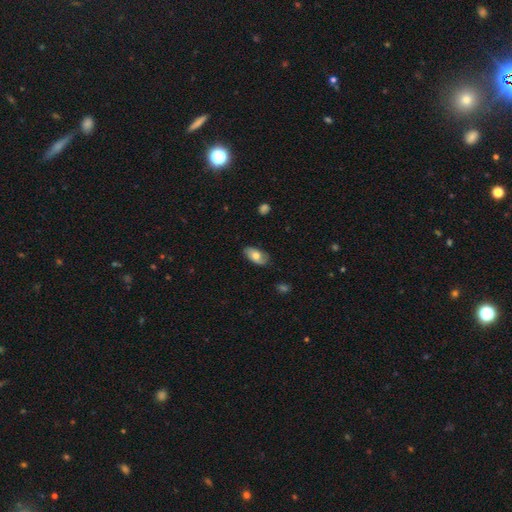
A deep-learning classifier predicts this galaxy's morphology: Smooth or featured?
  - smooth: 68% *
  - featured or disk: 26%
  - star or artifact: 6%
How rounded?
  - in between: 93% *
  - round: 4%
  - cigar-shaped: 3%
Merging?
  - none: 80% *
  - minor disturbance: 16%
  - major disturbance: 3%
  - merger: 1%